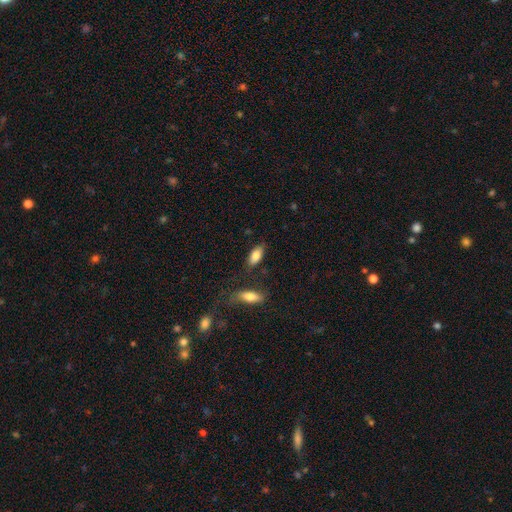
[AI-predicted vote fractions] This is clearly a smooth galaxy (82%). How rounded: clearly in between (86%). Merging: likely none (73%).